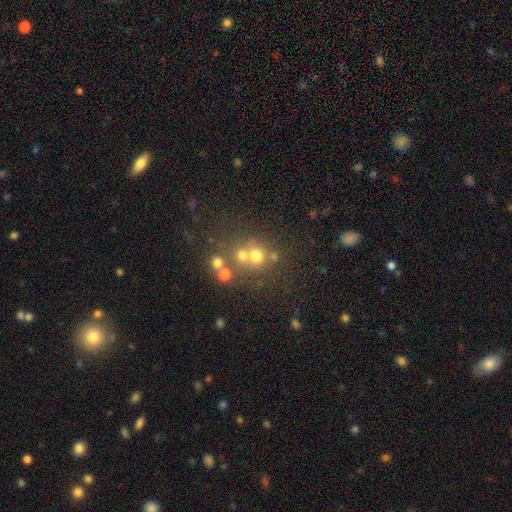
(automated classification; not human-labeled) smooth-or-featured: smooth: 61% | star or artifact: 21% | featured or disk: 17%
  how-rounded: round: 86% | in between: 13% | cigar-shaped: 1%
  merging: none: 53% | merger: 34% | minor disturbance: 8% | major disturbance: 5%